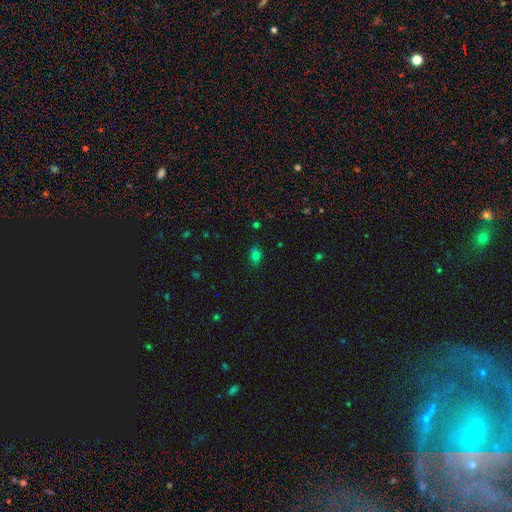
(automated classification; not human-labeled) Smooth or featured?
  - smooth: 74% *
  - star or artifact: 17%
  - featured or disk: 9%
How rounded?
  - in between: 66% *
  - round: 32%
  - cigar-shaped: 2%
Merging?
  - none: 80% *
  - minor disturbance: 15%
  - major disturbance: 3%
  - merger: 2%